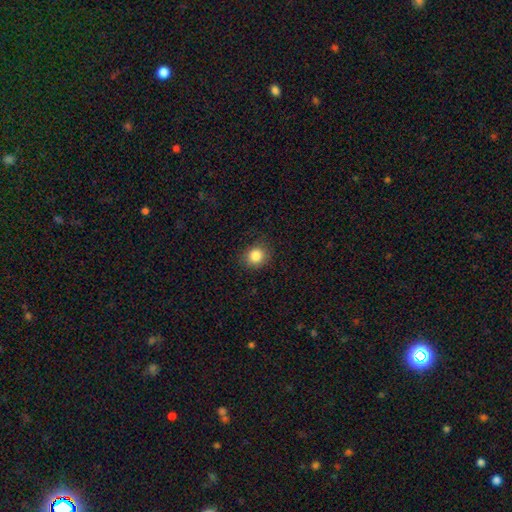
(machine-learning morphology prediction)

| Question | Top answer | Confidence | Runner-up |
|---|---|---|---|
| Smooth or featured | smooth | 85% | star or artifact (10%) |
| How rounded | round | 83% | in between (17%) |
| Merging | none | 85% | minor disturbance (10%) |